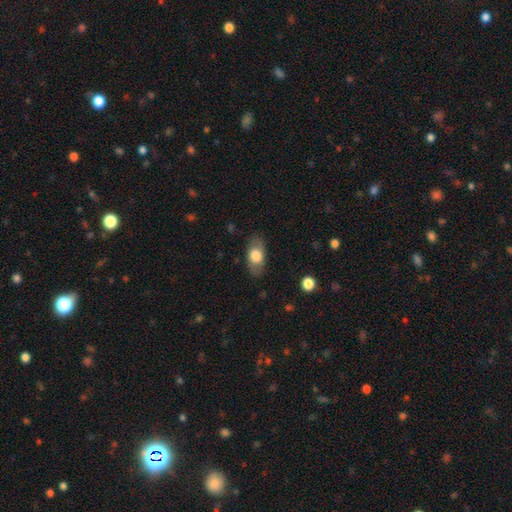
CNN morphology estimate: This is likely a smooth galaxy (64%). How rounded: clearly in between (88%). Merging: clearly none (81%).